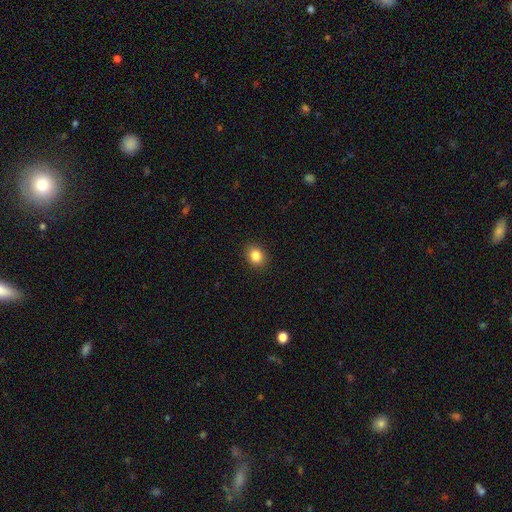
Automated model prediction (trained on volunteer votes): Smooth or featured? Predicted: smooth (p=0.85). How rounded? Predicted: round (p=0.51). Merging? Predicted: none (p=0.89).